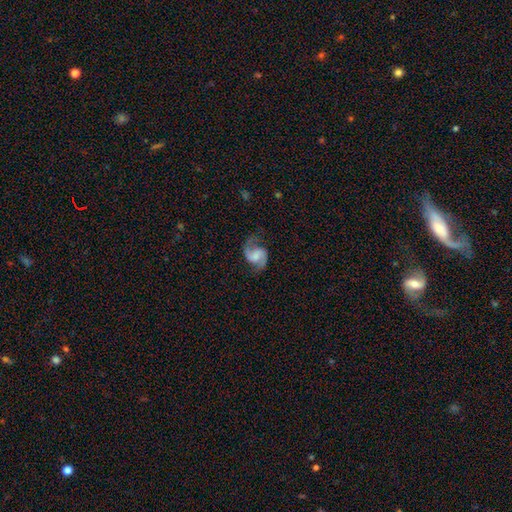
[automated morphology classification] A featured or disk galaxy (84%) with a weak bar (45%), 2 (92%) medium (48%) spiral arms (97%) and no central bulge (34%).

Vote fractions:
- Smooth or featured? featured or disk: 84% / smooth: 10% / star or artifact: 6%
- Edge-on disk? no: 98% / yes: 2%
- Bar? weak: 45% / no: 41% / strong: 15%
- Spiral arms? yes: 97% / no: 3%
- Spiral winding? medium: 48% / loose: 42% / tight: 10%
- Spiral arm count? 2: 92% / 1: 3% / can't tell: 2% / 3: 1% / 4: 1% / more than 4: 1%
- Bulge size? none: 34% / moderate: 26% / small: 25% / large: 13% / dominant: 2%
- Merging? none: 73% / minor disturbance: 16% / major disturbance: 9% / merger: 1%